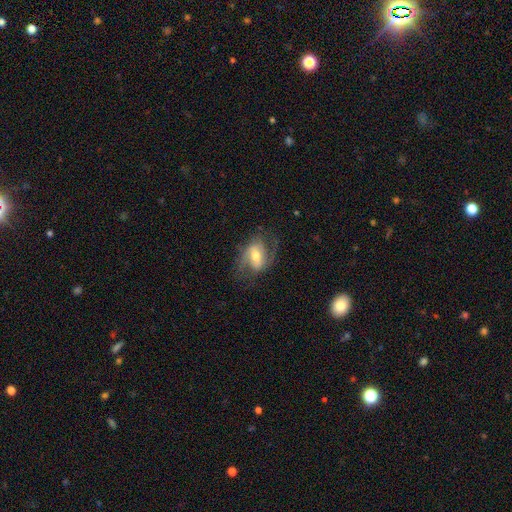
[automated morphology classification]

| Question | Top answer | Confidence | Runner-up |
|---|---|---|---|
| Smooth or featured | featured or disk | 75% | smooth (19%) |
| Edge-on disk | no | 95% | yes (5%) |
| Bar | weak | 43% | strong (38%) |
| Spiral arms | yes | 89% | no (11%) |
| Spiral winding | medium | 47% | loose (37%) |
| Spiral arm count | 2 | 83% | can't tell (7%) |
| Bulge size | moderate | 65% | small (23%) |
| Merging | none | 66% | minor disturbance (19%) |